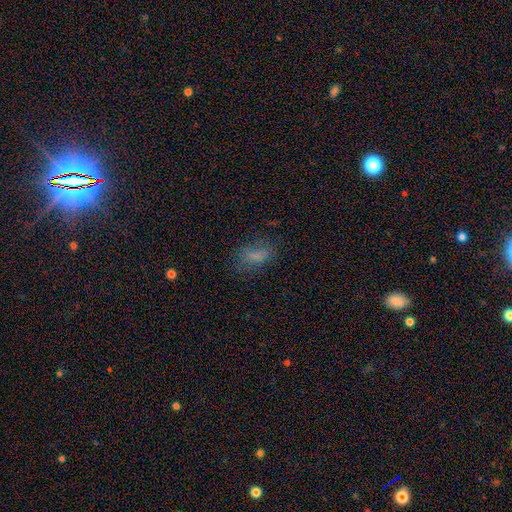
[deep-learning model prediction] Smooth or featured?
  - smooth: 68% *
  - featured or disk: 16%
  - star or artifact: 16%
How rounded?
  - in between: 81% *
  - round: 10%
  - cigar-shaped: 8%
Merging?
  - none: 62% *
  - minor disturbance: 21%
  - major disturbance: 15%
  - merger: 2%